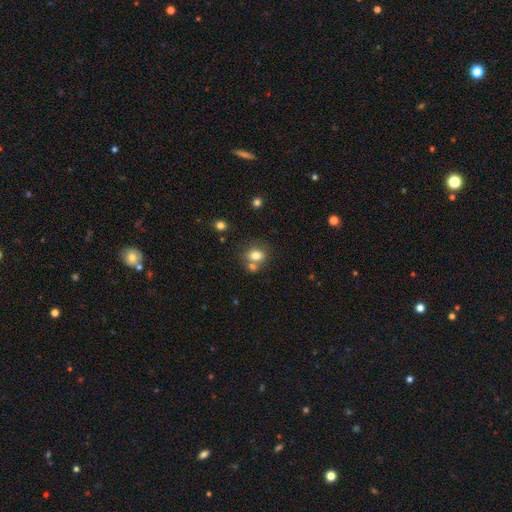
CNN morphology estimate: This is likely a smooth galaxy (78%). How rounded: possibly round (53%). Merging: possibly none (54%).